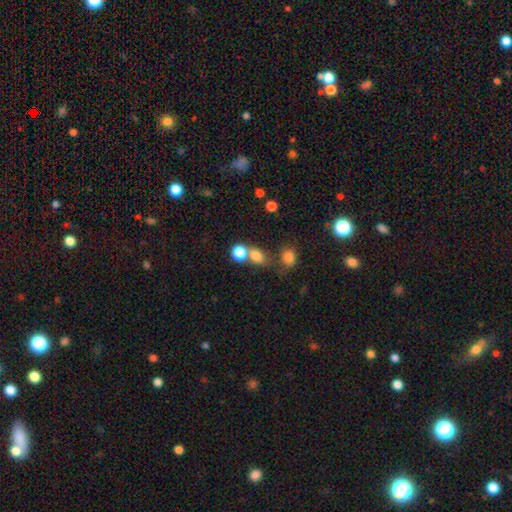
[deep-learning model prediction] Q: Smooth or featured?
A: smooth (77%); runner-up: star or artifact (15%)
Q: How rounded?
A: round (57%); runner-up: in between (41%)
Q: Merging?
A: none (47%); runner-up: merger (38%)